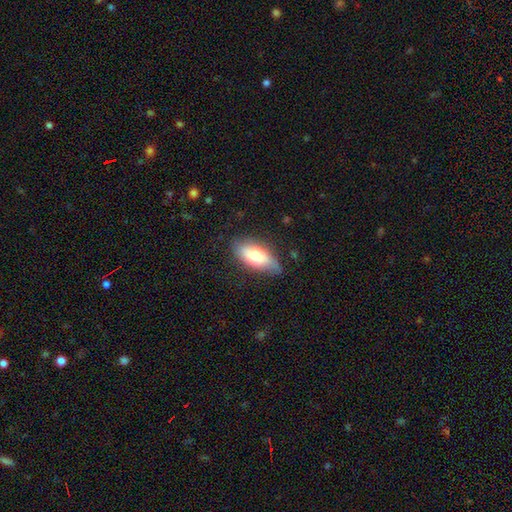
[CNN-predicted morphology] A smooth galaxy with no disk features (74%) that is in between round and cigar-shaped (85%).

Vote fractions:
- Smooth or featured? smooth: 74% / featured or disk: 20% / star or artifact: 6%
- How rounded? in between: 85% / cigar-shaped: 13% / round: 3%
- Merging? none: 72% / minor disturbance: 22% / major disturbance: 5% / merger: 1%